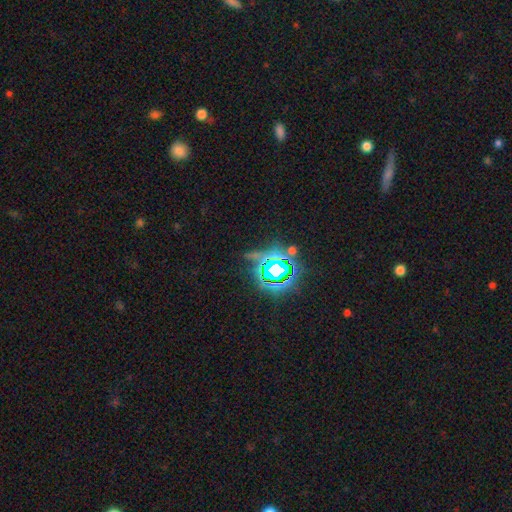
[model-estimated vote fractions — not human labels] The model was most divided on "smooth or featured": star or artifact: 77%, smooth: 13%, featured or disk: 10%.